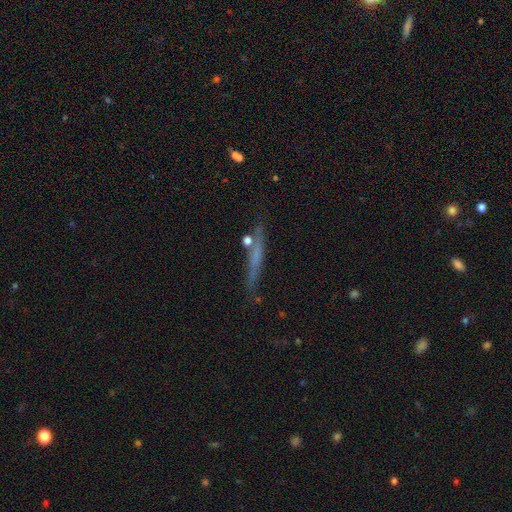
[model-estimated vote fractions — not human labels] smooth_or_featured: featured or disk (p=0.46) [alt: smooth p=0.45]
merging: none (p=0.78) [alt: minor disturbance p=0.14]